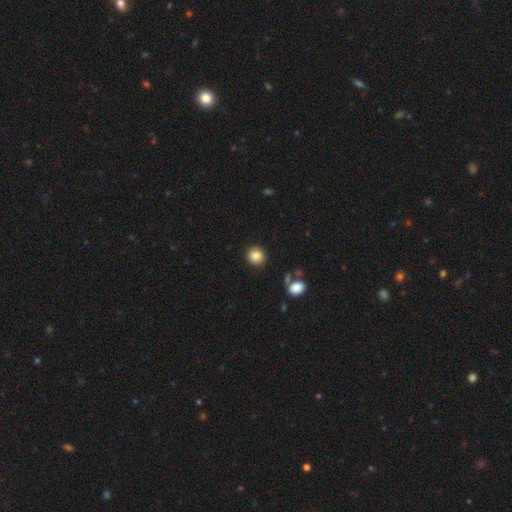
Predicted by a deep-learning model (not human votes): Smooth or featured? smooth (86%)
How rounded? round (87%)
Merging? none (88%)